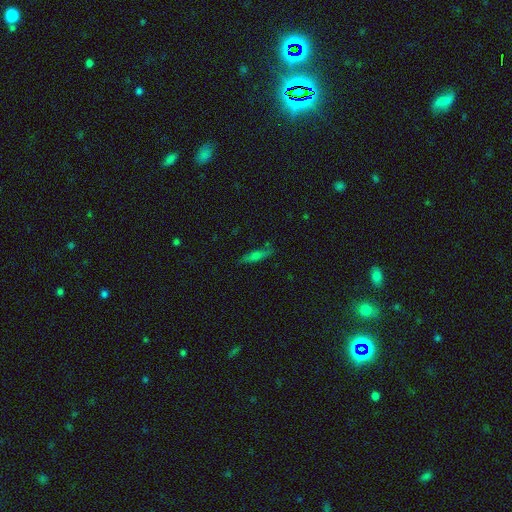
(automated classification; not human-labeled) The model was most divided on "smooth or featured": smooth: 50%, featured or disk: 38%, star or artifact: 12%. More confident: merging — none (81%); how rounded — cigar-shaped (78%).